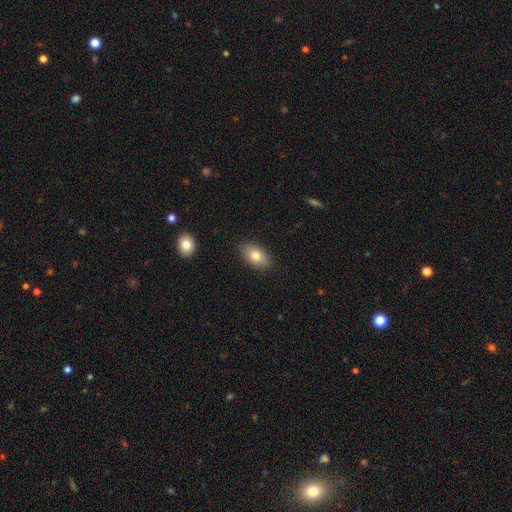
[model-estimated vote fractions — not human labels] Overall: smooth (80%). How rounded: in between (92%). Merging: none (86%).